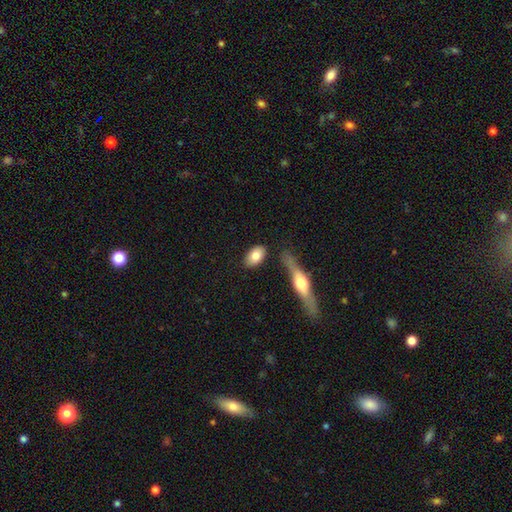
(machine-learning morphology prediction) smooth_or_featured: smooth (p=0.78) [alt: featured or disk p=0.16]
how_rounded: in between (p=0.90) [alt: round p=0.06]
merging: none (p=0.78) [alt: minor disturbance p=0.11]